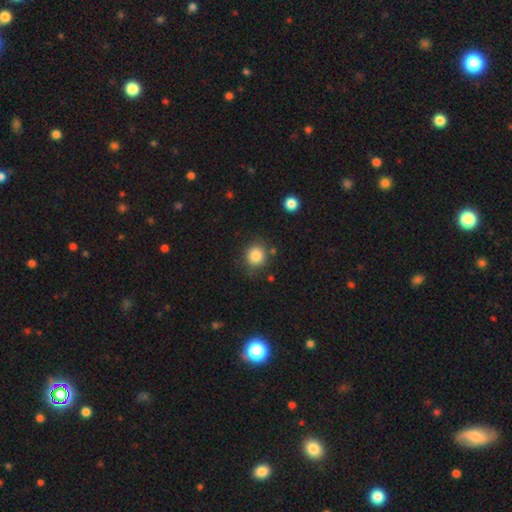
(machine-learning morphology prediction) smooth_or_featured: smooth (p=0.85) [alt: star or artifact p=0.10]
how_rounded: round (p=0.86) [alt: in between p=0.13]
merging: none (p=0.81) [alt: minor disturbance p=0.11]